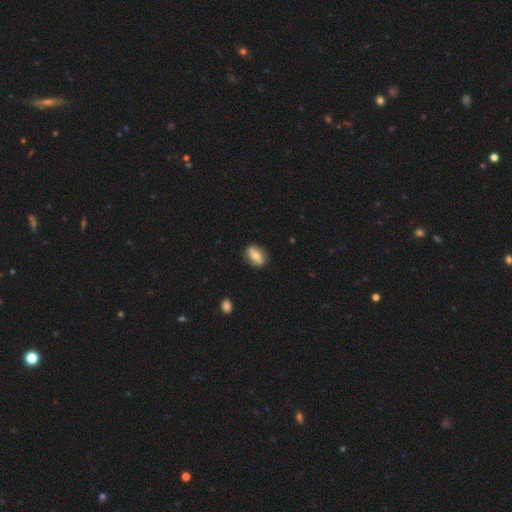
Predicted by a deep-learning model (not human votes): A smooth galaxy with no disk features (62%) that is in between round and cigar-shaped (77%).

Vote fractions:
- Smooth or featured? smooth: 62% / featured or disk: 31% / star or artifact: 7%
- How rounded? in between: 77% / round: 14% / cigar-shaped: 9%
- Merging? none: 85% / minor disturbance: 11% / major disturbance: 2% / merger: 1%